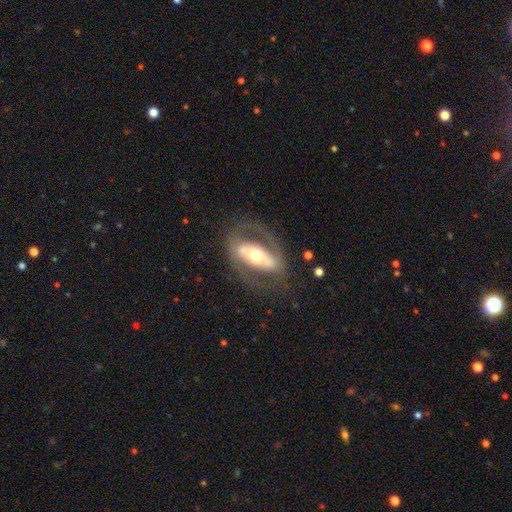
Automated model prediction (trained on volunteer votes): smooth_or_featured: featured or disk (p=0.73) [alt: smooth p=0.22]
disk_edge_on: no (p=0.88) [alt: yes p=0.12]
bar: strong (p=0.46) [alt: no p=0.33]
has_spiral_arms: yes (p=0.53) [alt: no p=0.47]
bulge_size: moderate (p=0.65) [alt: small p=0.17]
merging: none (p=0.67) [alt: major disturbance p=0.16]